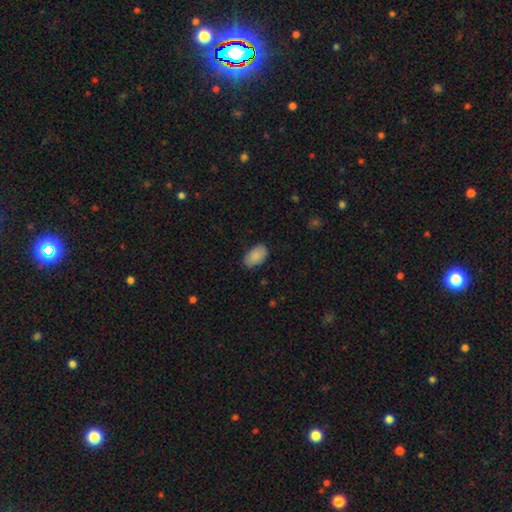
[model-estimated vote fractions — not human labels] Smooth or featured?
  - smooth: 87% *
  - star or artifact: 7%
  - featured or disk: 6%
How rounded?
  - in between: 92% *
  - round: 7%
  - cigar-shaped: 1%
Merging?
  - none: 79% *
  - minor disturbance: 16%
  - major disturbance: 3%
  - merger: 1%